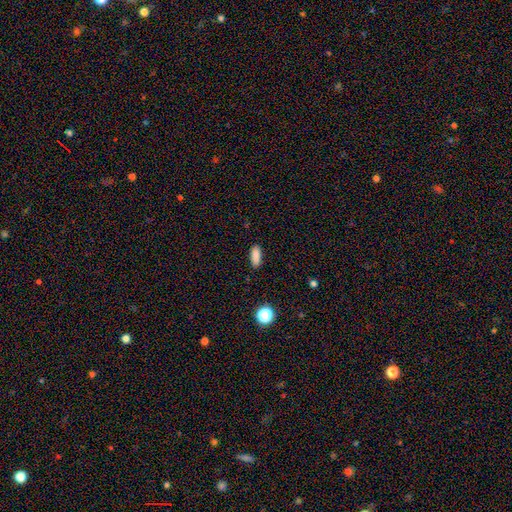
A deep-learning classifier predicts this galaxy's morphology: Smooth or featured? Predicted: smooth (p=0.85). How rounded? Predicted: in between (p=0.68). Merging? Predicted: none (p=0.86).